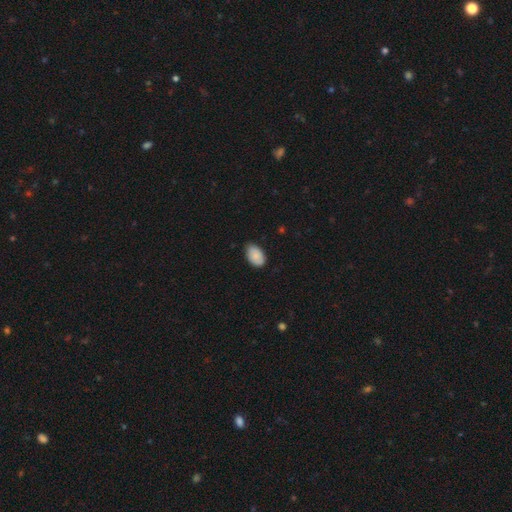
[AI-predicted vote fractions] smooth 85%, featured or disk 9%, star or artifact 7%. Down the decision tree: how rounded — in between (91%); merging — none (75%).